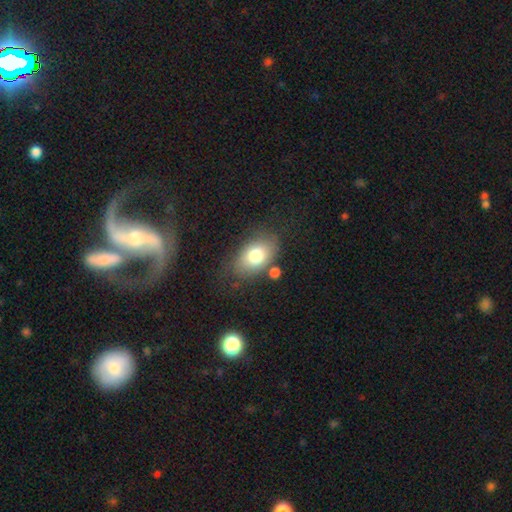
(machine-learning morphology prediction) This appears to be a smooth galaxy with no disk features (76%) that is in between round and cigar-shaped (84%). Merging: none (68%).